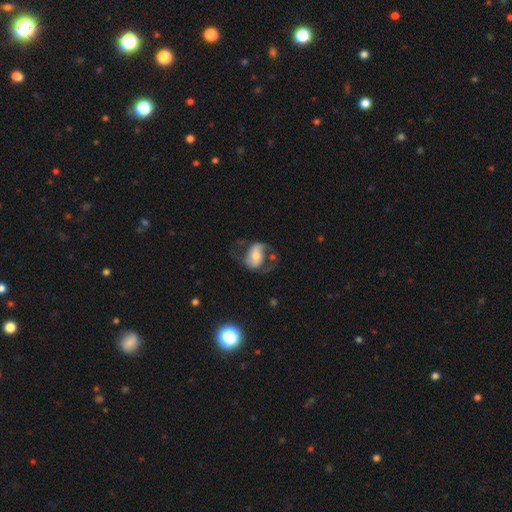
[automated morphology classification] Smooth or featured?
  - featured or disk: 69% *
  - smooth: 24%
  - star or artifact: 7%
Edge-on disk?
  - no: 97% *
  - yes: 3%
Bar?
  - no: 37% *
  - weak: 36%
  - strong: 27%
Spiral arms?
  - yes: 87% *
  - no: 13%
Spiral winding?
  - loose: 46% *
  - medium: 43%
  - tight: 11%
Spiral arm count?
  - 2: 87% *
  - 1: 5%
  - can't tell: 5%
  - 3: 1%
  - 4: 1%
  - more than 4: 1%
Bulge size?
  - moderate: 44% *
  - small: 32%
  - large: 15%
  - none: 6%
  - dominant: 3%
Merging?
  - none: 51% *
  - major disturbance: 25%
  - minor disturbance: 20%
  - merger: 4%